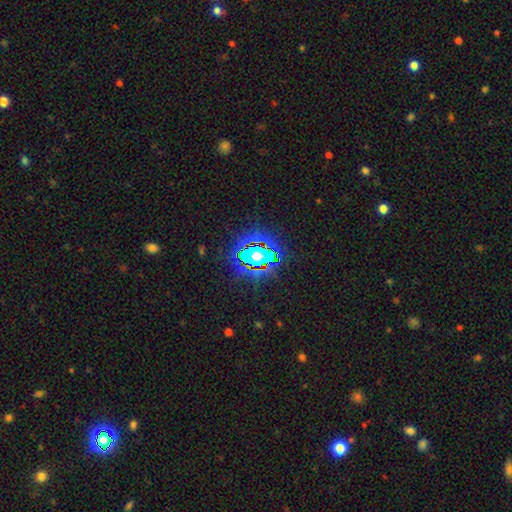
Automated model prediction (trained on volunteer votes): The model was most divided on "smooth or featured": star or artifact: 64%, smooth: 21%, featured or disk: 15%.